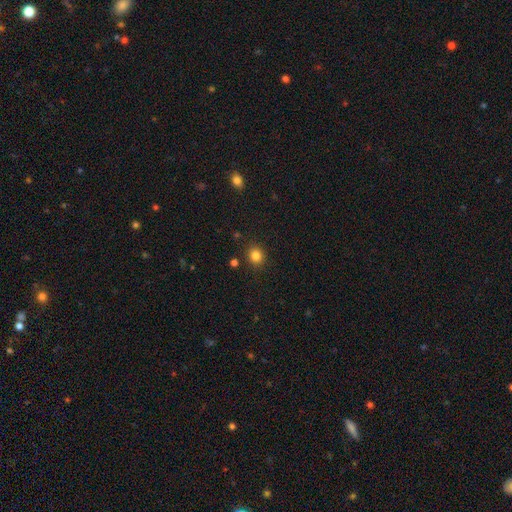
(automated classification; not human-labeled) This is clearly a smooth galaxy (83%). How rounded: likely round (78%). Merging: clearly none (89%).